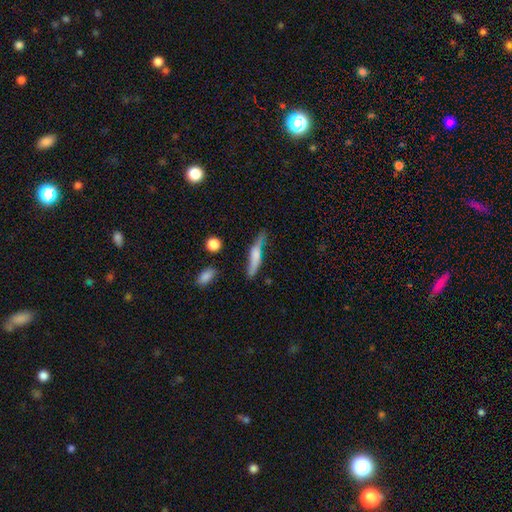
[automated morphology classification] Smooth or featured? smooth (58%)
How rounded? cigar-shaped (82%)
Merging? none (54%)